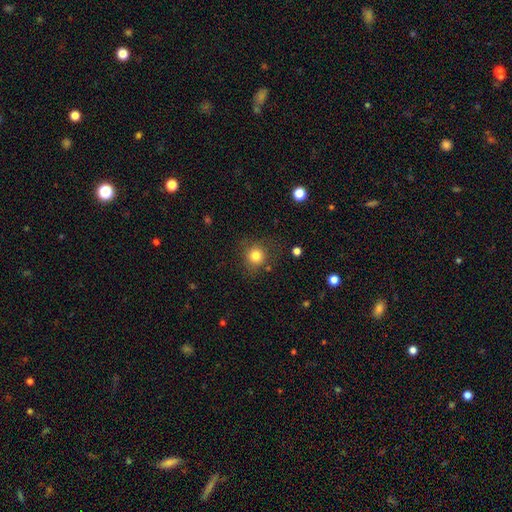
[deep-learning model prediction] This is clearly a smooth galaxy (81%). How rounded: clearly round (88%). Merging: likely none (79%).